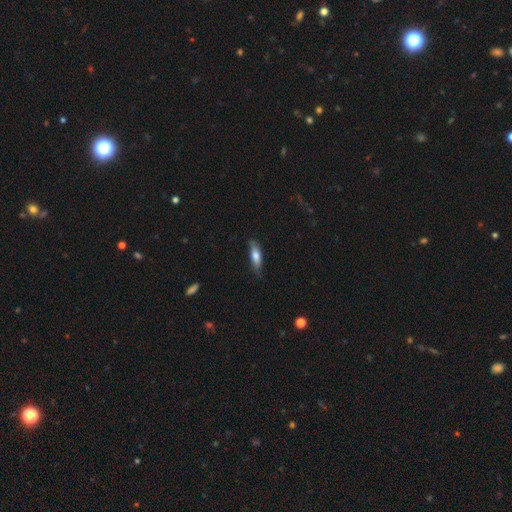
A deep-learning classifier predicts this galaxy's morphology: A smooth galaxy with no disk features (70%) that is cigar-shaped (53%).

Vote fractions:
- Smooth or featured? smooth: 70% / featured or disk: 24% / star or artifact: 6%
- How rounded? cigar-shaped: 53% / in between: 46% / round: 2%
- Merging? none: 74% / minor disturbance: 21% / major disturbance: 4% / merger: 1%